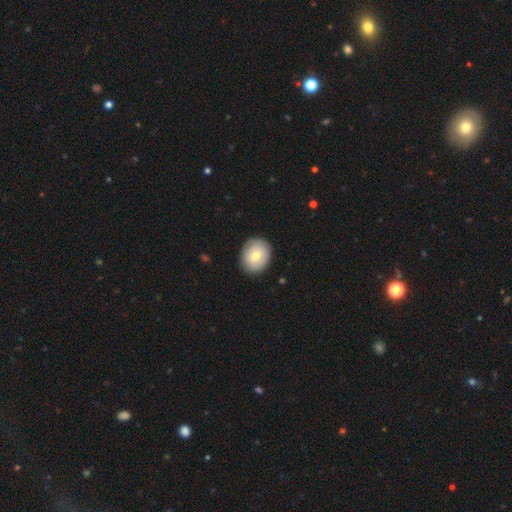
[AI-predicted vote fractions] smooth-or-featured: smooth: 74% | featured or disk: 19% | star or artifact: 7%
  how-rounded: round: 64% | in between: 35% | cigar-shaped: 1%
  merging: none: 88% | minor disturbance: 9% | major disturbance: 2% | merger: 1%